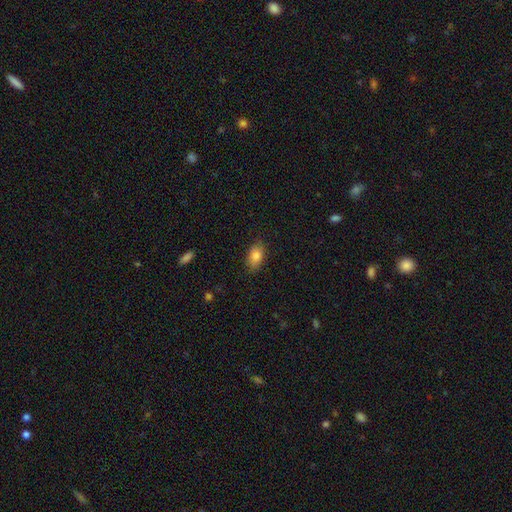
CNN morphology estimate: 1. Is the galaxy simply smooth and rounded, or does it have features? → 83% smooth, 9% featured or disk, 8% star or artifact.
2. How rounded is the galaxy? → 87% in between, 9% round, 3% cigar-shaped.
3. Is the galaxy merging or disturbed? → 84% none, 13% minor disturbance, 3% major disturbance, 1% merger.